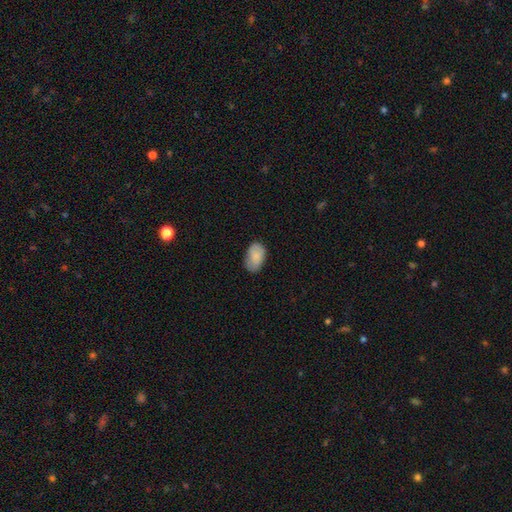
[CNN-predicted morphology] Smooth or featured: smooth — 85% (featured or disk — 8%)
How rounded: in between — 92% (round — 7%)
Merging: none — 73% (minor disturbance — 22%)